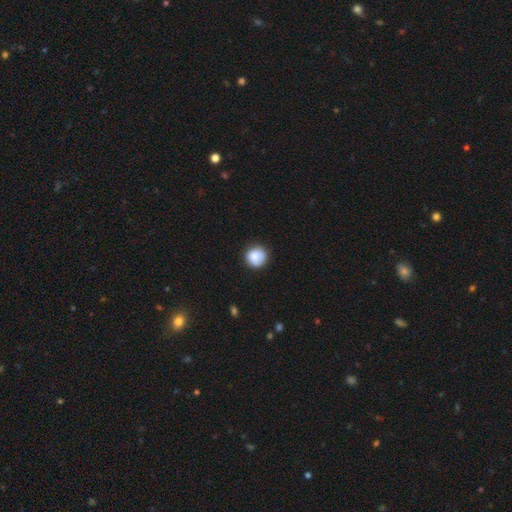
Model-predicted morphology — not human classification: A smooth galaxy with no disk features (85%) that is round (92%). Merging: none (81%).